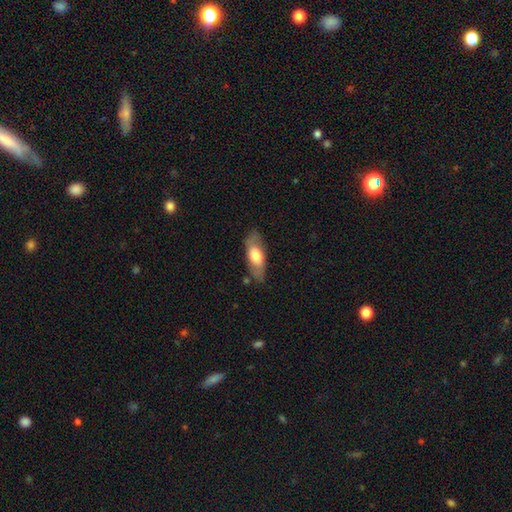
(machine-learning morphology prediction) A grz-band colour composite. It shows a smooth galaxy with no disk features (63%) that is in between round and cigar-shaped (72%). Merging: none (76%).